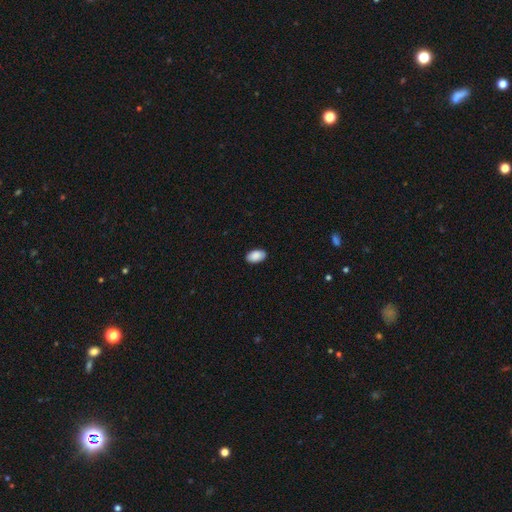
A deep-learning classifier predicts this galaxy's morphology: Smooth or featured: smooth — 90% (star or artifact — 6%)
How rounded: in between — 94% (round — 5%)
Merging: none — 89% (minor disturbance — 8%)